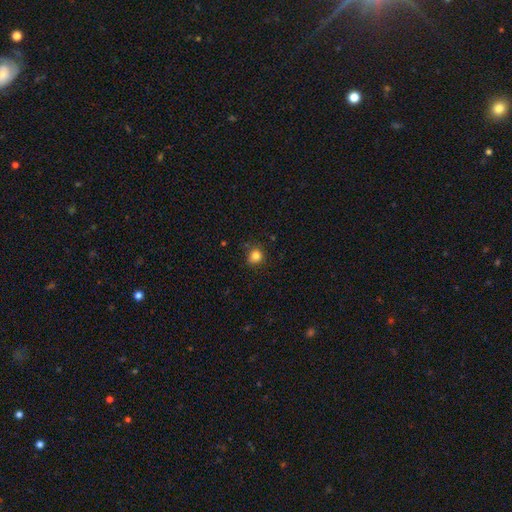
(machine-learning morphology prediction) Smooth or featured?
  - smooth: 83% *
  - star or artifact: 12%
  - featured or disk: 5%
How rounded?
  - round: 79% *
  - in between: 20%
  - cigar-shaped: 1%
Merging?
  - none: 73% *
  - minor disturbance: 21%
  - major disturbance: 5%
  - merger: 2%